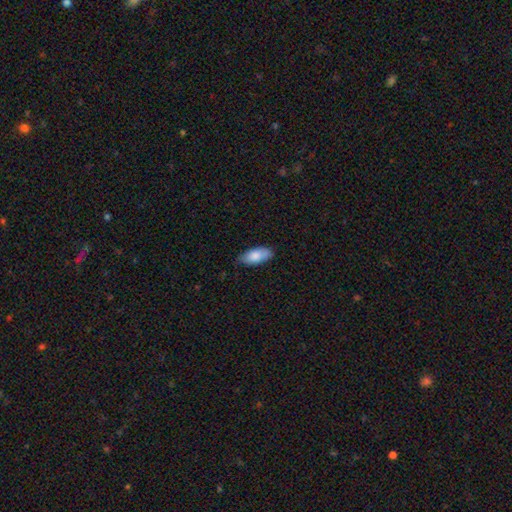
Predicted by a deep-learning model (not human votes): Smooth or featured? smooth (83%)
How rounded? in between (89%)
Merging? none (75%)